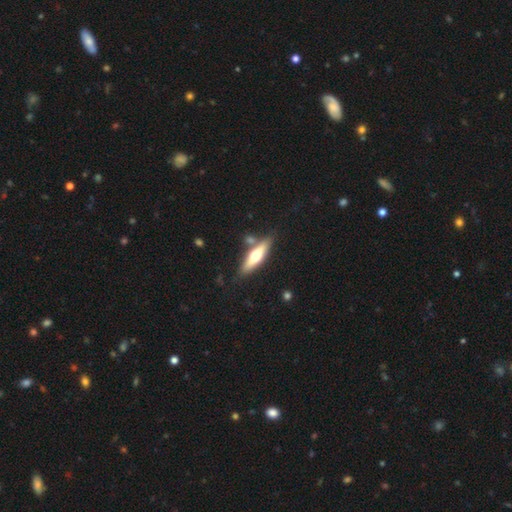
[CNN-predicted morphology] This is possibly a featured or disk galaxy (49%). Merging: likely none (77%).